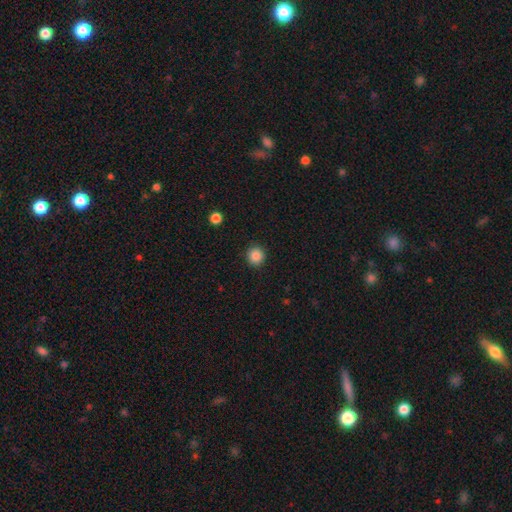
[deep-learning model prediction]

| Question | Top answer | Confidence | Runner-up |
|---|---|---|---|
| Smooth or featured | smooth | 87% | star or artifact (10%) |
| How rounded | round | 92% | in between (7%) |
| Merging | none | 92% | minor disturbance (5%) |